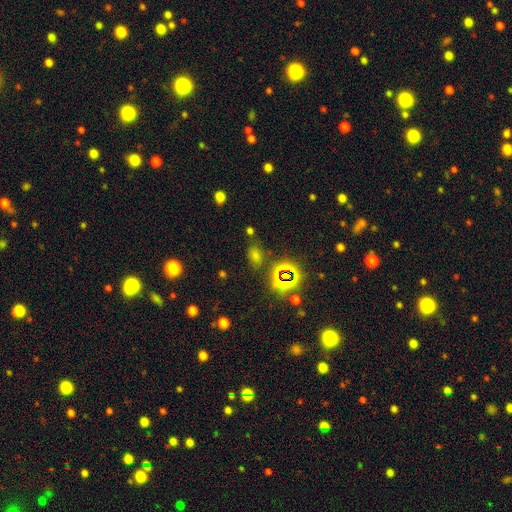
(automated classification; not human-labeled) Smooth or featured: star or artifact — 53% (smooth — 39%)